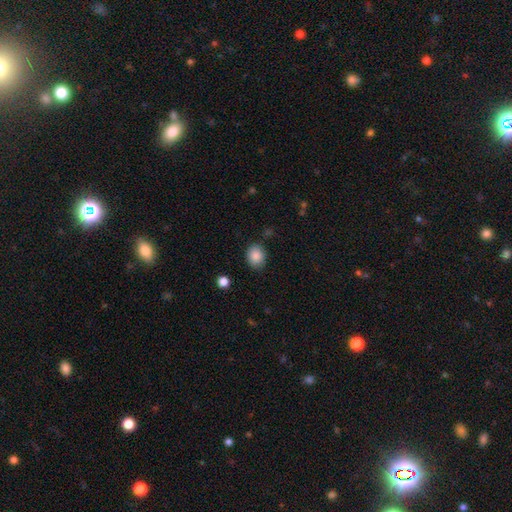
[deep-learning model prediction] A smooth galaxy with no disk features (87%) that is round (53%). Merging: none (83%).